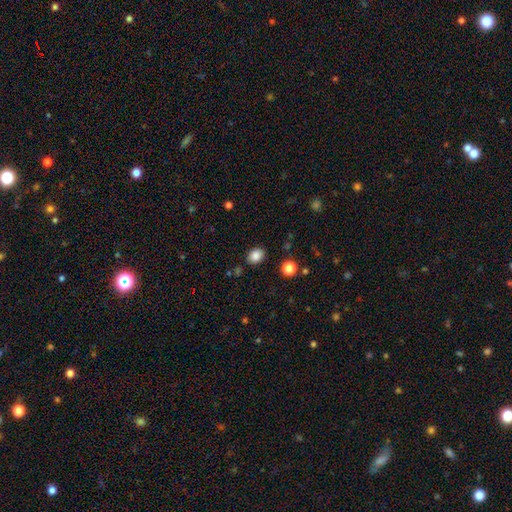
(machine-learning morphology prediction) A smooth galaxy with no disk features (86%) that is in between round and cigar-shaped (53%). Merging: none (86%).